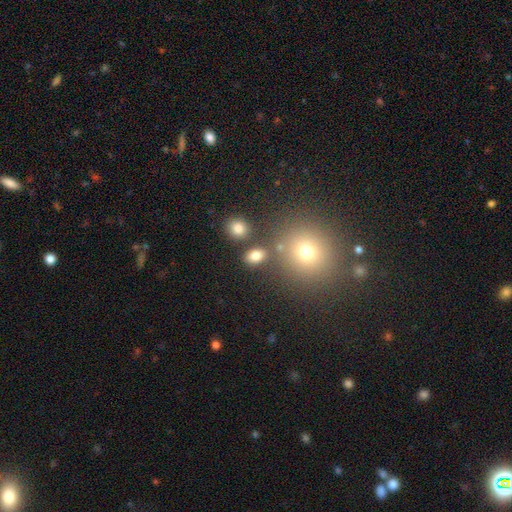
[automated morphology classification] Smooth or featured?
  - smooth: 79% *
  - star or artifact: 14%
  - featured or disk: 7%
How rounded?
  - in between: 66% *
  - round: 32%
  - cigar-shaped: 2%
Merging?
  - none: 76% *
  - minor disturbance: 10%
  - merger: 9%
  - major disturbance: 4%